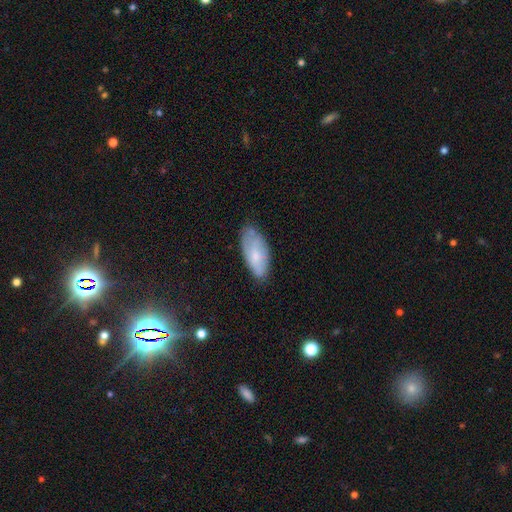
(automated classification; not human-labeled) This is likely a smooth galaxy (61%). How rounded: clearly in between (85%). Merging: likely none (64%).